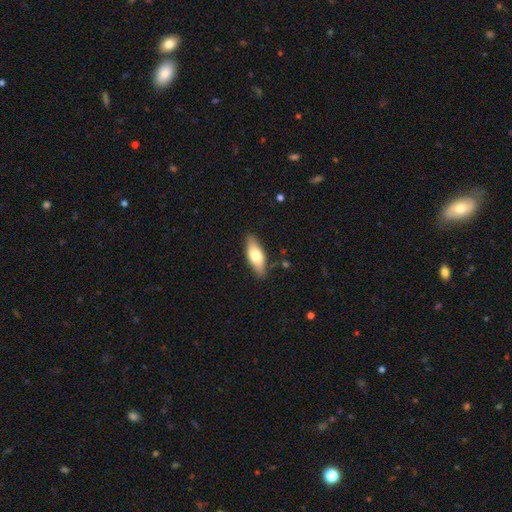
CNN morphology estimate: Smooth or featured? smooth (66%)
How rounded? in between (72%)
Merging? none (84%)